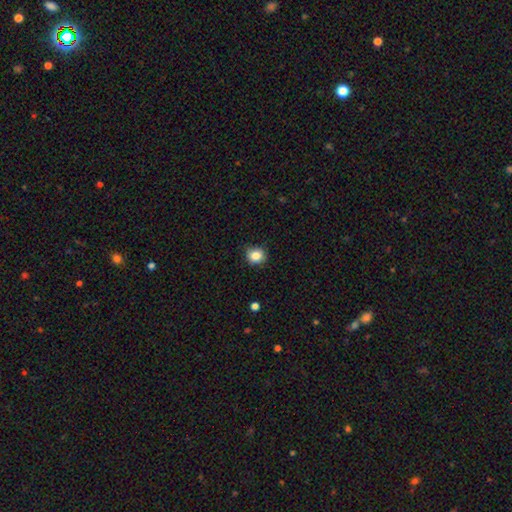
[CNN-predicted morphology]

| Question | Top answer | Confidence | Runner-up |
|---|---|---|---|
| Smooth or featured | smooth | 84% | star or artifact (10%) |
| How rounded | round | 85% | in between (14%) |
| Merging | none | 81% | minor disturbance (15%) |